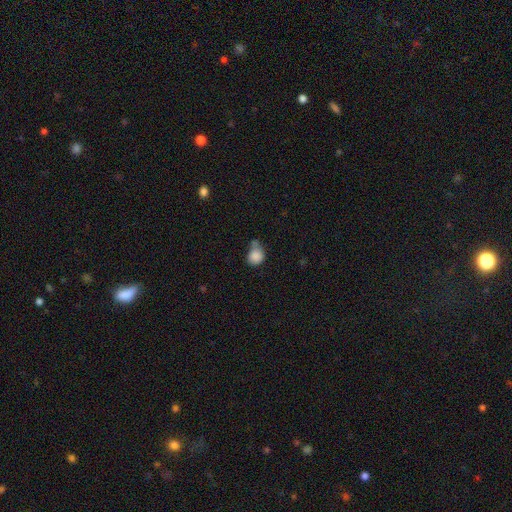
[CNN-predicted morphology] Smooth or featured? smooth (85%)
How rounded? round (69%)
Merging? none (45%)